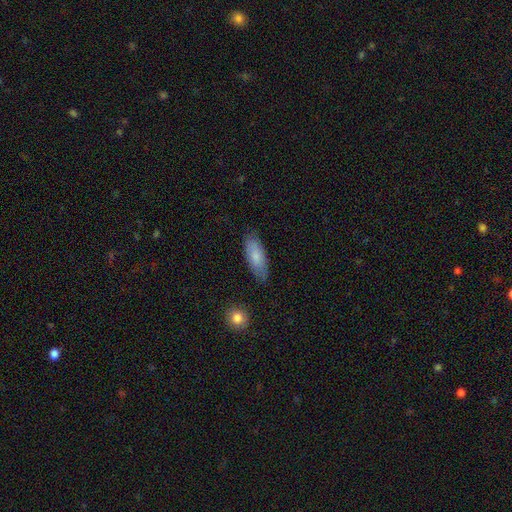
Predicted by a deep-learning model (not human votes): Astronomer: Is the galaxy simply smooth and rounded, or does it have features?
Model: smooth — 78%.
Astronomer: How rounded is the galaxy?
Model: in between — 74%.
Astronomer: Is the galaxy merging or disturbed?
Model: none — 77%.